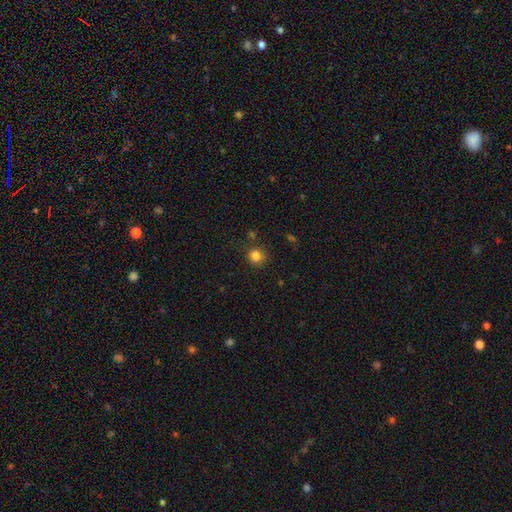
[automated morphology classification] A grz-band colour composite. It shows a smooth galaxy with no disk features (82%) that is round (90%). Merging: none (85%).